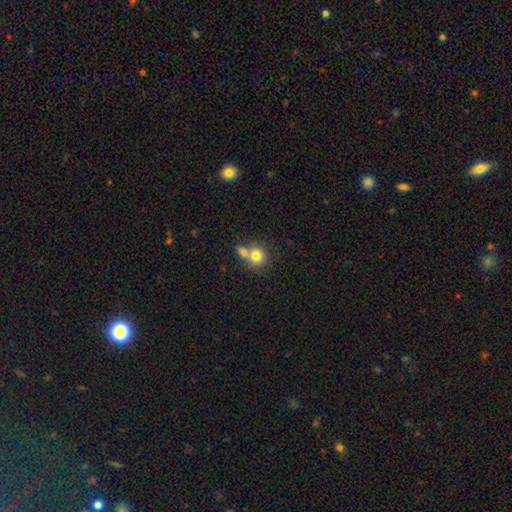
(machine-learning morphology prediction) This is likely a smooth galaxy (78%). How rounded: clearly round (81%). Merging: possibly merger (50%).